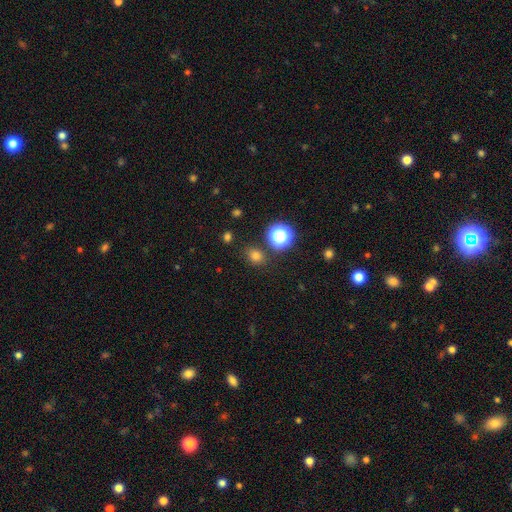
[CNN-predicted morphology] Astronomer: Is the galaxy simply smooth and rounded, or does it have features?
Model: smooth — 74%.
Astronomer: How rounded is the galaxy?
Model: round — 64%.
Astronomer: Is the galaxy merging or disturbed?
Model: none — 83%.